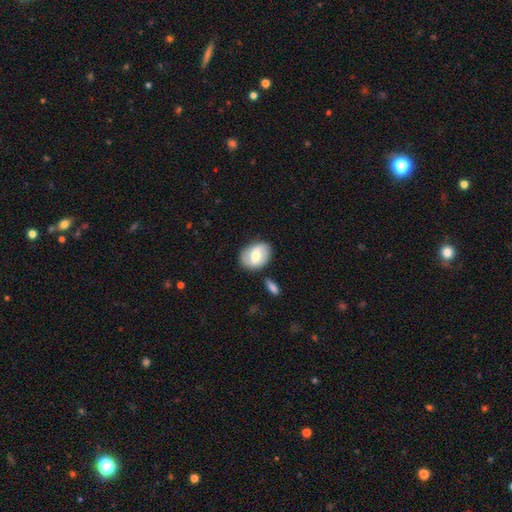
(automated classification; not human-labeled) Smooth or featured? Predicted: featured or disk (p=0.49). Merging? Predicted: none (p=0.76).